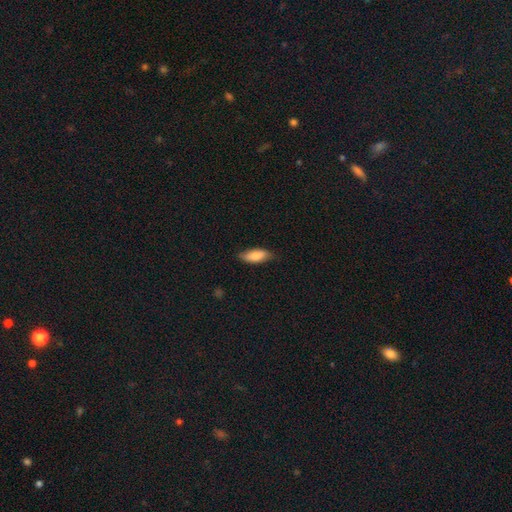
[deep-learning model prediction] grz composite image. It shows a smooth galaxy with no disk features (84%) that is in between round and cigar-shaped (79%). Merging: none (75%).